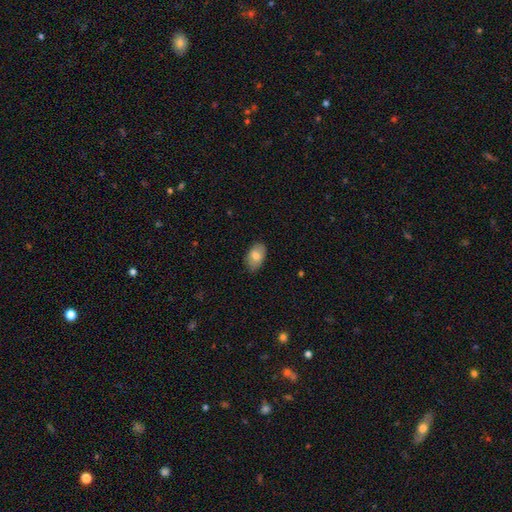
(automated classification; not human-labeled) This appears to be a smooth galaxy with no disk features (79%) that is in between round and cigar-shaped (92%). Merging: none (82%).